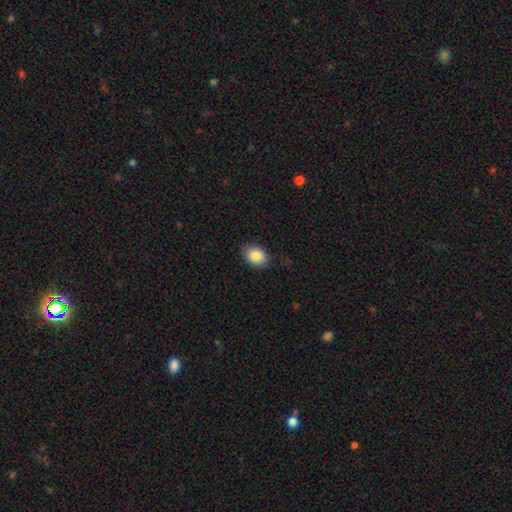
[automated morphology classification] Smooth or featured: smooth — 87% (star or artifact — 8%)
How rounded: in between — 74% (round — 25%)
Merging: none — 84% (minor disturbance — 12%)